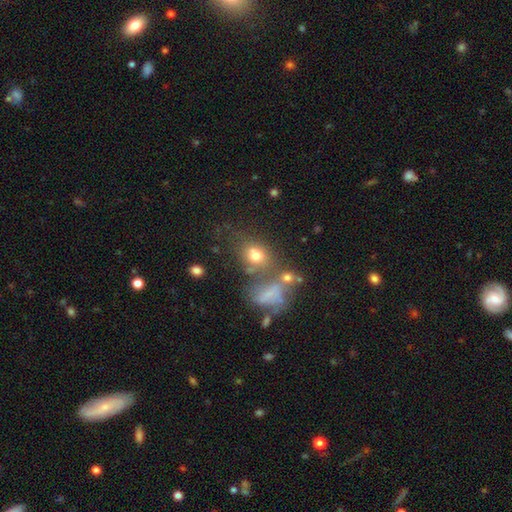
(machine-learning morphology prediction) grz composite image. It shows a smooth galaxy with no disk features (69%) that is in between round and cigar-shaped (52%). Merging: none (43%).